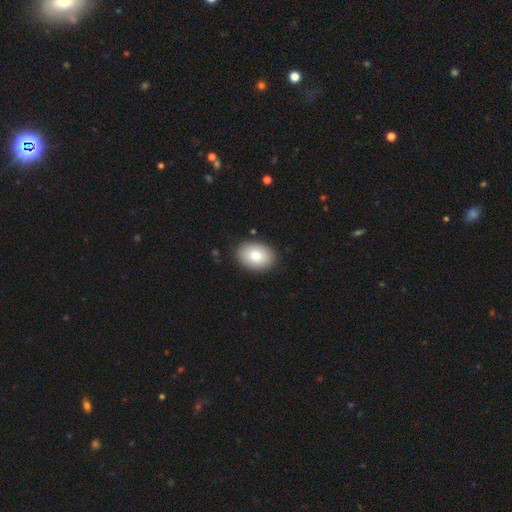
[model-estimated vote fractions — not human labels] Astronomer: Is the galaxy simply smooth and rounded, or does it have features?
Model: smooth — 81%.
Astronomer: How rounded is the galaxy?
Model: in between — 77%.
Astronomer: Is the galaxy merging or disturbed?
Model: none — 89%.